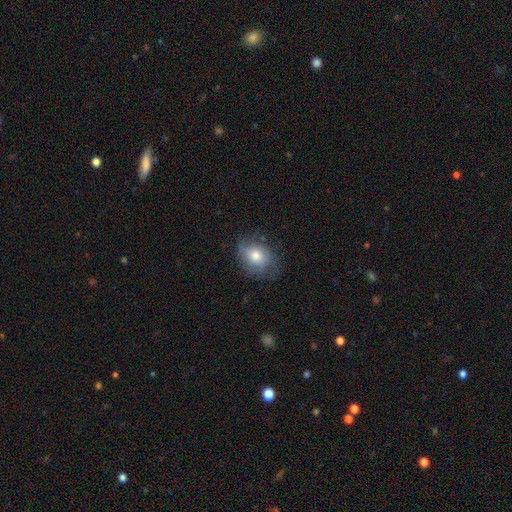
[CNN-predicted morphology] type=smooth (67%); roundness=round (52%); merging=none (62%).